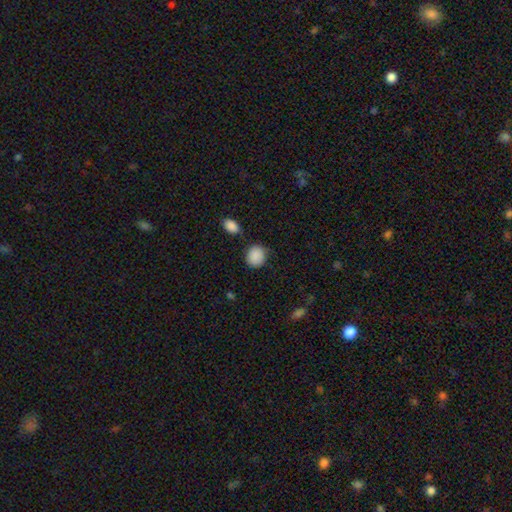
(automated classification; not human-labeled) smooth-or-featured: smooth: 89% | star or artifact: 8% | featured or disk: 3%
  how-rounded: round: 72% | in between: 27% | cigar-shaped: 1%
  merging: none: 79% | minor disturbance: 14% | merger: 4% | major disturbance: 4%